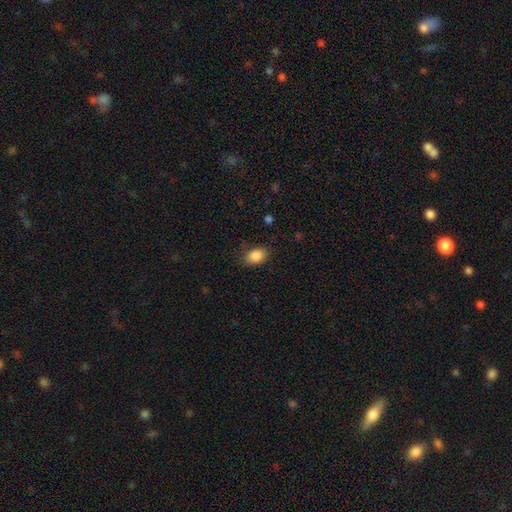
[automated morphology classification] smooth-or-featured: smooth: 87% | star or artifact: 8% | featured or disk: 5%
  how-rounded: in between: 82% | round: 16% | cigar-shaped: 1%
  merging: none: 81% | minor disturbance: 14% | major disturbance: 4% | merger: 1%